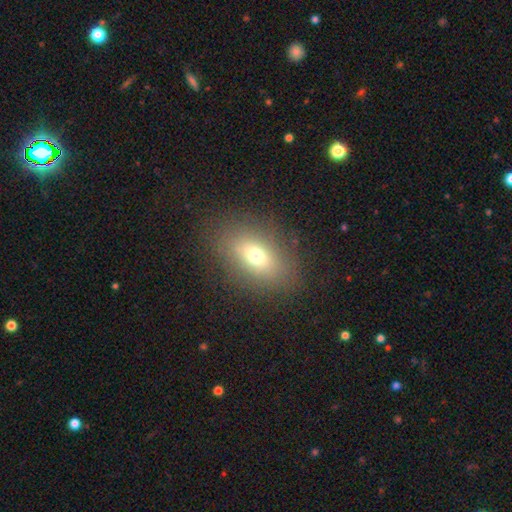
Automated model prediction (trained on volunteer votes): The model was most divided on "smooth or featured": smooth: 69%, featured or disk: 18%, star or artifact: 13%. More confident: merging — none (84%); how rounded — in between (80%).